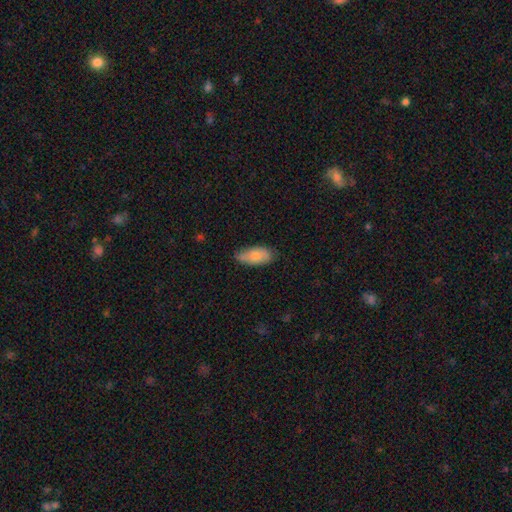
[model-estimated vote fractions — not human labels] A smooth galaxy with no disk features (78%) that is in between round and cigar-shaped (90%).

Vote fractions:
- Smooth or featured? smooth: 78% / featured or disk: 16% / star or artifact: 6%
- How rounded? in between: 90% / cigar-shaped: 7% / round: 2%
- Merging? none: 74% / minor disturbance: 21% / major disturbance: 3% / merger: 1%